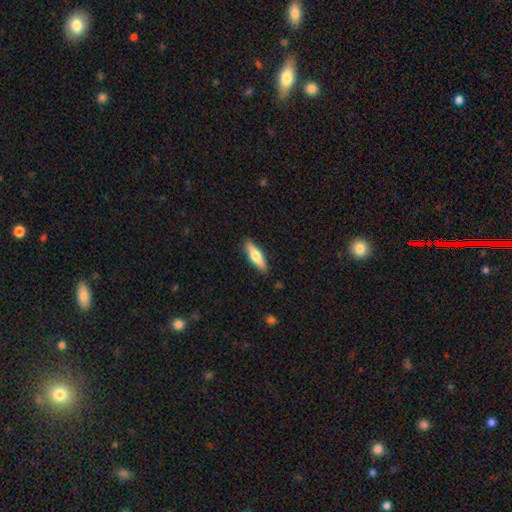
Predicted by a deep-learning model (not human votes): The model was most divided on "how rounded": cigar-shaped: 57%, in between: 41%, round: 2%. More confident: merging — none (88%); smooth or featured — smooth (64%).